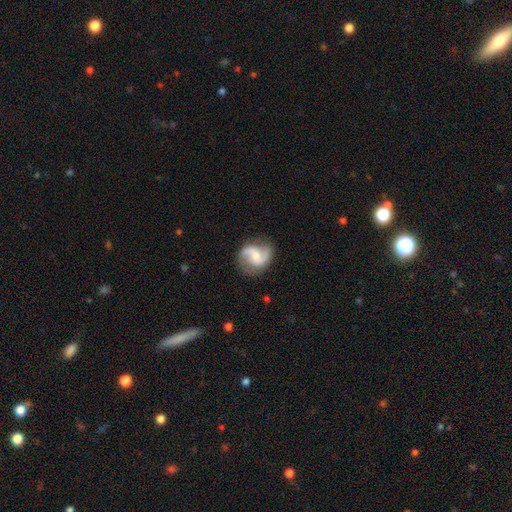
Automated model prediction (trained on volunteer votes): smooth-or-featured: featured or disk: 79% | smooth: 15% | star or artifact: 6%
  disk-edge-on: no: 98% | yes: 2%
    bar: weak: 46% | no: 39% | strong: 15%
    has-spiral-arms: yes: 95% | no: 5%
      spiral-winding: loose: 45% | medium: 42% | tight: 12%
      spiral-arm-count: 2: 90% | can't tell: 3% | 1: 3% | 3: 1% | 4: 1% | more than 4: 1%
    bulge-size: moderate: 47% | small: 43% | none: 5% | large: 4% | dominant: 1%
  merging: none: 77% | minor disturbance: 16% | major disturbance: 6% | merger: 1%